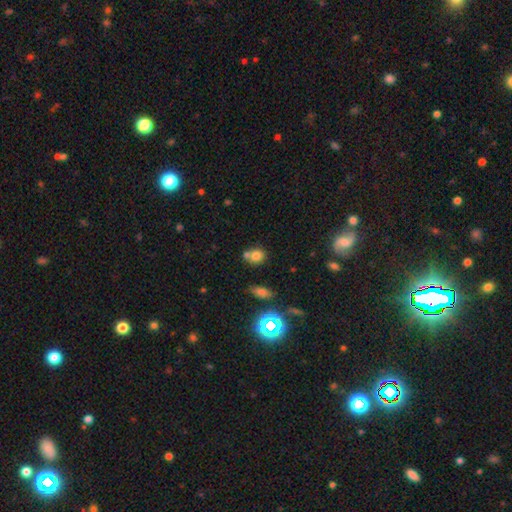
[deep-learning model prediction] Overall: smooth (75%). How rounded: round (71%). Merging: none (53%; merger 32%).